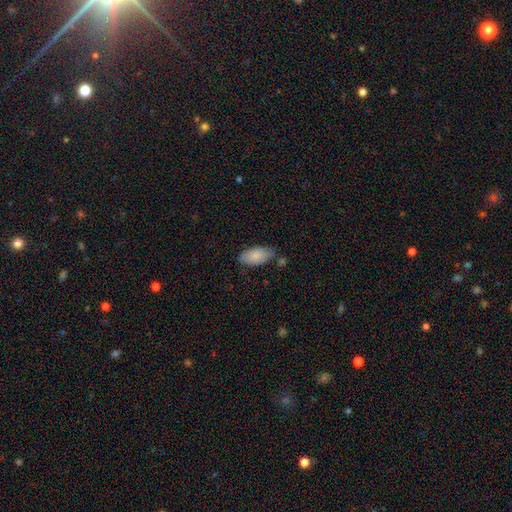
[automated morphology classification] Smooth or featured?
  - smooth: 84% *
  - featured or disk: 10%
  - star or artifact: 6%
How rounded?
  - in between: 93% *
  - cigar-shaped: 5%
  - round: 2%
Merging?
  - none: 66% *
  - minor disturbance: 23%
  - merger: 6%
  - major disturbance: 5%